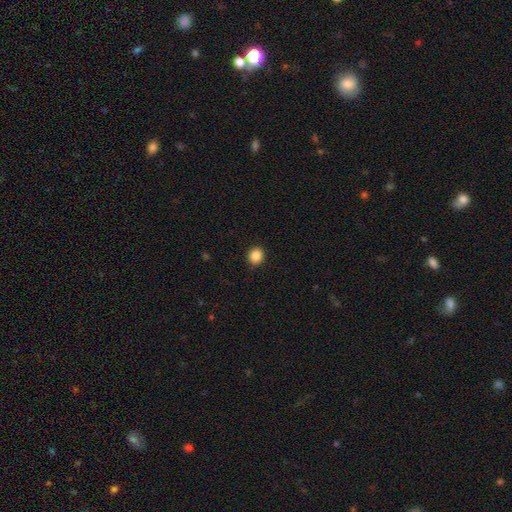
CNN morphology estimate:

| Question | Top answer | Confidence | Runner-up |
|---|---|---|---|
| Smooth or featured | smooth | 87% | star or artifact (10%) |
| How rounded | round | 81% | in between (18%) |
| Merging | none | 90% | minor disturbance (7%) |